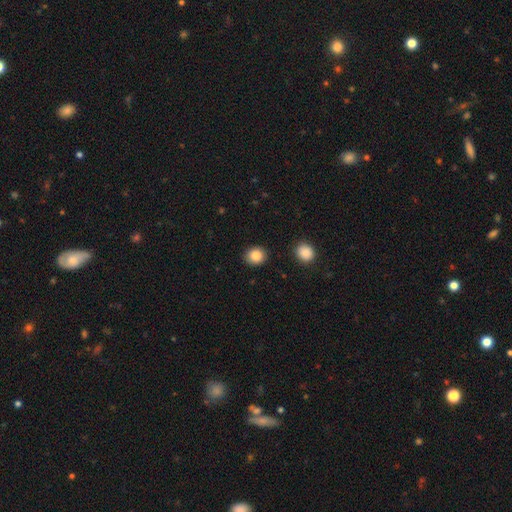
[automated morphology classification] smooth 87%, star or artifact 9%, featured or disk 4%. Down the decision tree: how rounded — round (76%); merging — none (89%).